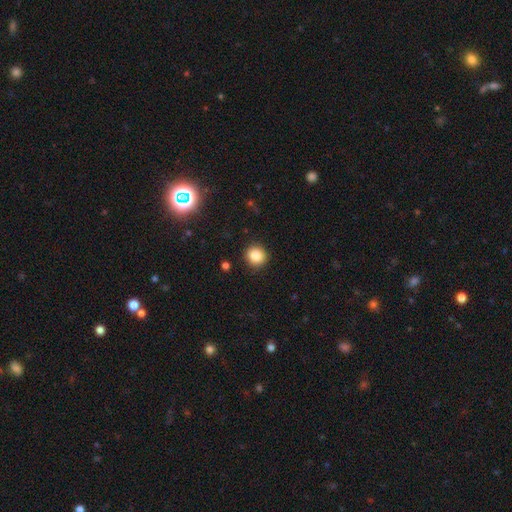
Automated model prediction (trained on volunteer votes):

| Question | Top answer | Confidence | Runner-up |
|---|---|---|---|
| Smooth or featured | smooth | 84% | star or artifact (11%) |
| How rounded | round | 91% | in between (8%) |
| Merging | none | 91% | minor disturbance (6%) |